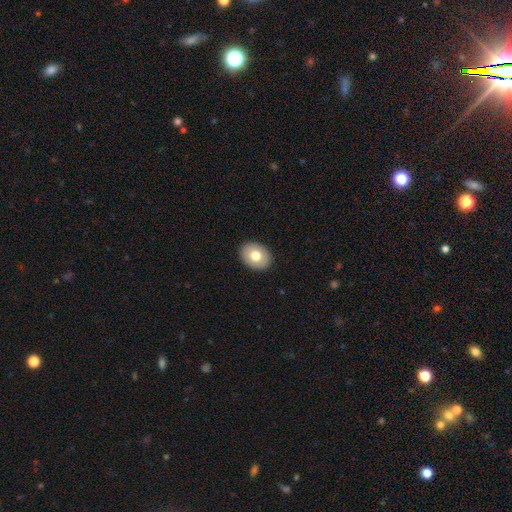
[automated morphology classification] This appears to be a smooth galaxy with no disk features (73%) that is in between round and cigar-shaped (61%). Merging: none (90%).